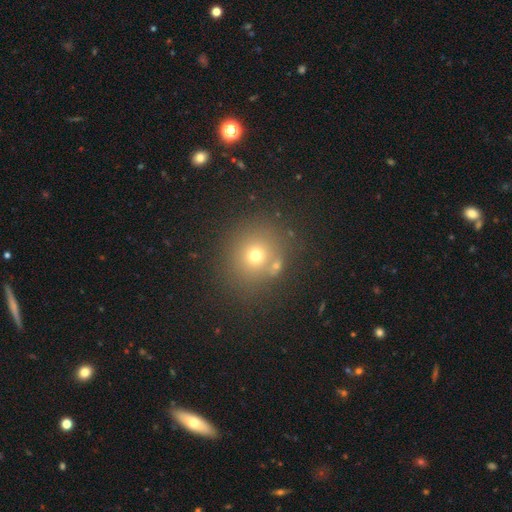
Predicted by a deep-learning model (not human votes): Smooth or featured: smooth — 67% (star or artifact — 21%)
How rounded: round — 85% (in between — 14%)
Merging: none — 76% (merger — 10%)